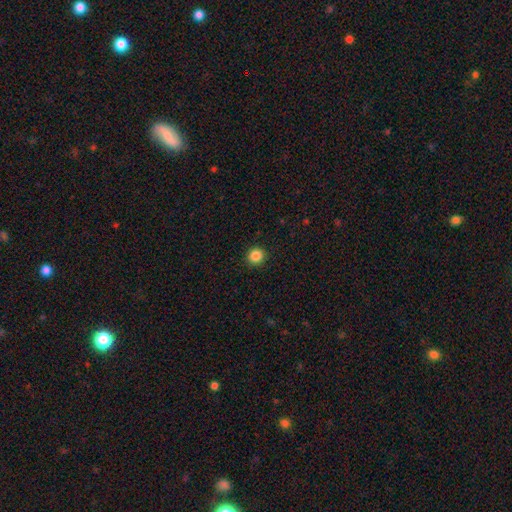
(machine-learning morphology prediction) The model was most divided on "smooth or featured": smooth: 86%, star or artifact: 11%, featured or disk: 3%. More confident: merging — none (92%); how rounded — round (92%).